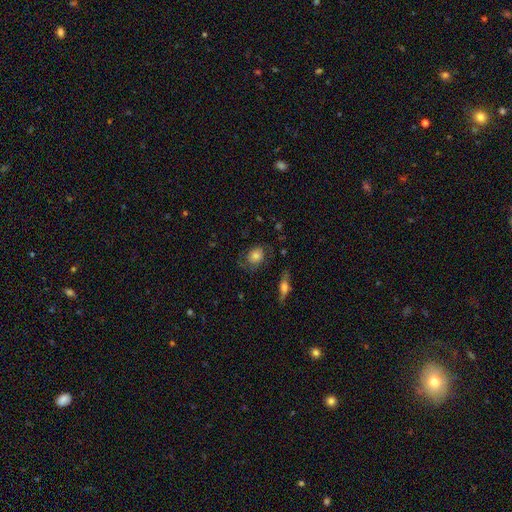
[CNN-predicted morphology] Smooth or featured? smooth (55%)
How rounded? round (49%, tied with in between)
Merging? none (62%)